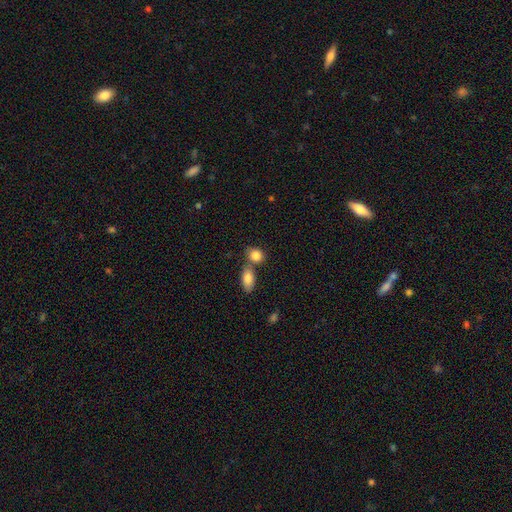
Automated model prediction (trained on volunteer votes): smooth_or_featured: smooth (p=0.85) [alt: featured or disk p=0.08]
how_rounded: in between (p=0.61) [alt: round p=0.36]
merging: none (p=0.45) [alt: merger p=0.41]